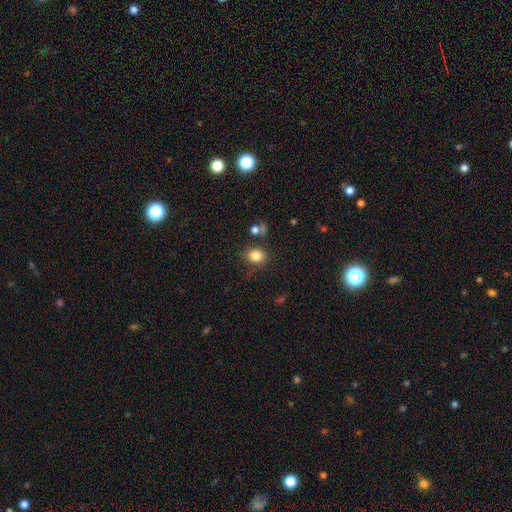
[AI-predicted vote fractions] This is clearly a smooth galaxy (82%). How rounded: possibly round (59%). Merging: likely none (74%).